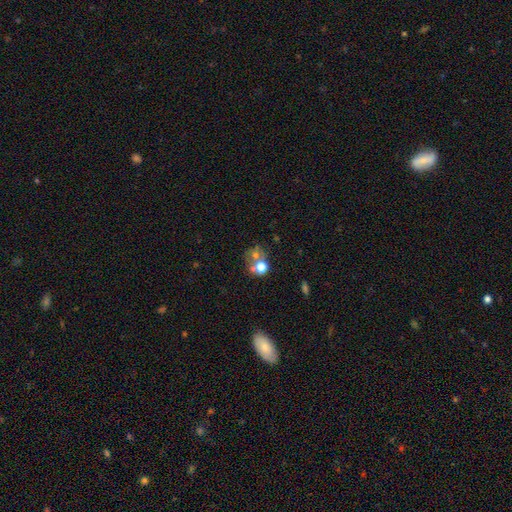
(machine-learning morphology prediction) type=smooth (47%); merging=none (46%).